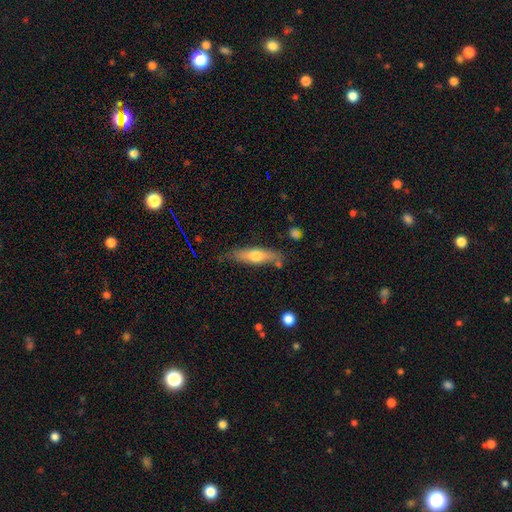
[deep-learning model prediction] Smooth or featured? Predicted: smooth (p=0.60). How rounded? Predicted: cigar-shaped (p=0.66). Merging? Predicted: none (p=0.77).